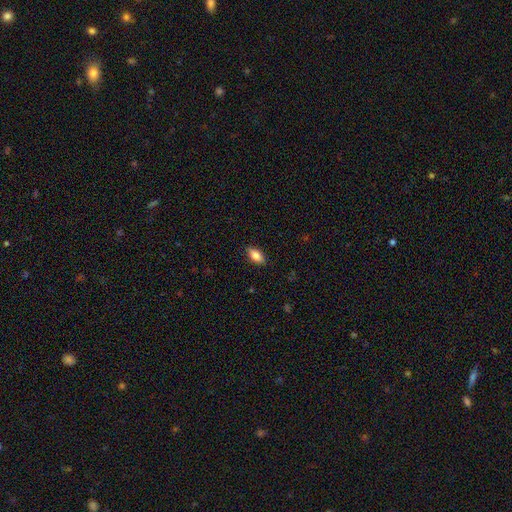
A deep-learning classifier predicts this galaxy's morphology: The model was most divided on "smooth or featured": smooth: 78%, featured or disk: 15%, star or artifact: 7%. More confident: merging — none (88%); how rounded — in between (85%).